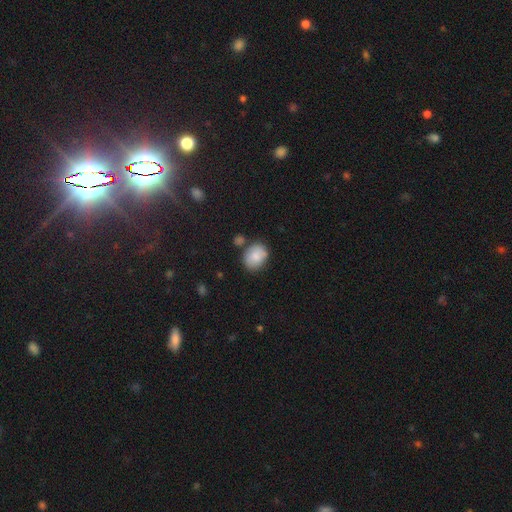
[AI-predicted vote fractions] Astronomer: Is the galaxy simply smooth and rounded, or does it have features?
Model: smooth — 83%.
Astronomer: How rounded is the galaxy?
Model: in between — 55% (runner-up: round, 44%).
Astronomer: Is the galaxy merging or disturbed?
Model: none — 66%.